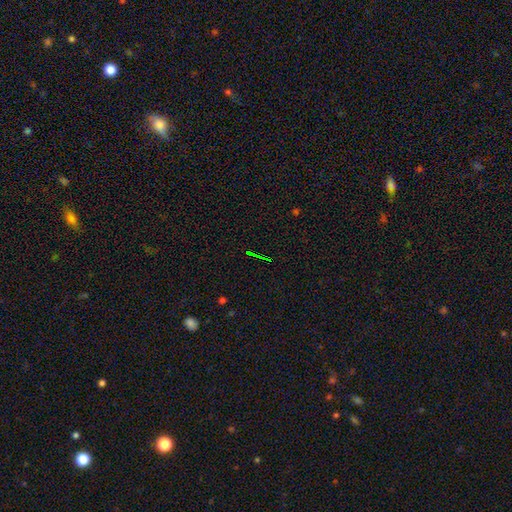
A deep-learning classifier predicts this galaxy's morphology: Overall: star or artifact (74%).